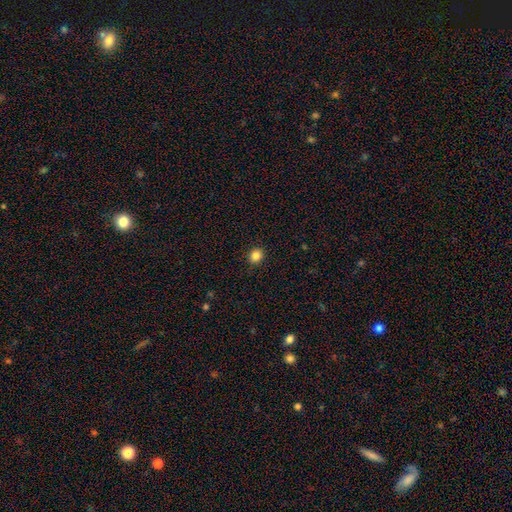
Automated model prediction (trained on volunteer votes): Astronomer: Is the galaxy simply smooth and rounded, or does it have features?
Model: smooth — 85%.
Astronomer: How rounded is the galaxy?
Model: round — 77%.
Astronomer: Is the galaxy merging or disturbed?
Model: none — 91%.